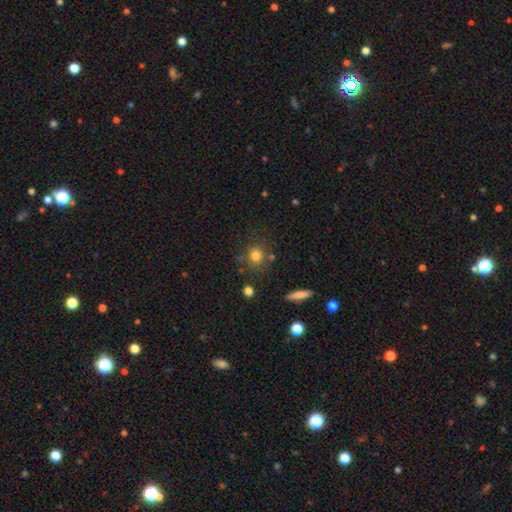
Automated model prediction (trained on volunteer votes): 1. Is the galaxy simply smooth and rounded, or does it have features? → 79% smooth, 12% star or artifact, 9% featured or disk.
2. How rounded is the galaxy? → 79% round, 20% in between, 1% cigar-shaped.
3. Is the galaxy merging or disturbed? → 74% none, 13% minor disturbance, 8% merger, 5% major disturbance.